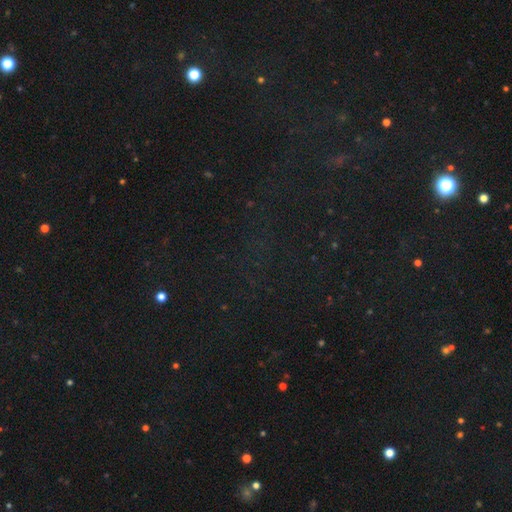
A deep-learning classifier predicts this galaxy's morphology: Smooth or featured? star or artifact (77%)